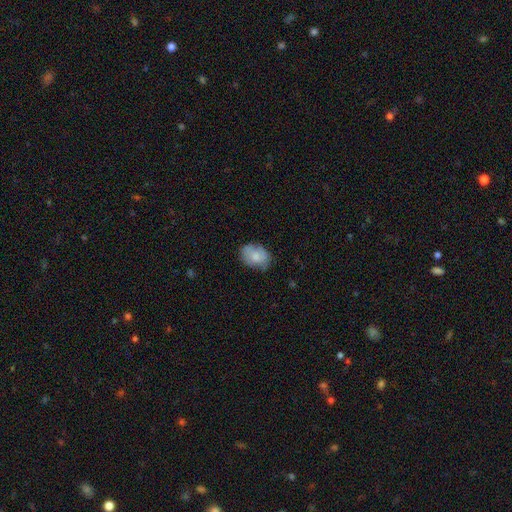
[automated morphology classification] Smooth or featured? Predicted: smooth (p=0.74). How rounded? Predicted: in between (p=0.76). Merging? Predicted: none (p=0.68).